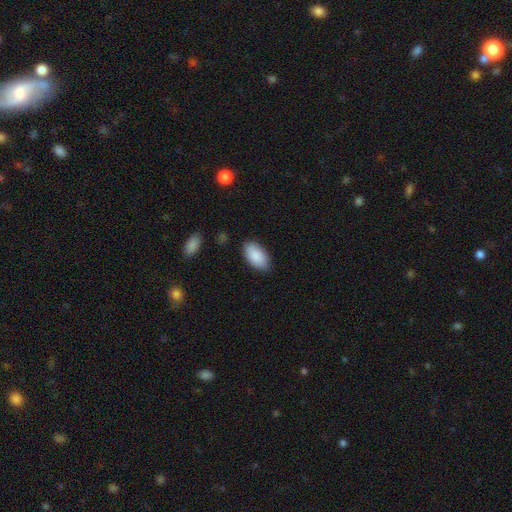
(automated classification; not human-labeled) Overall: smooth (89%). How rounded: in between (95%). Merging: none (84%).